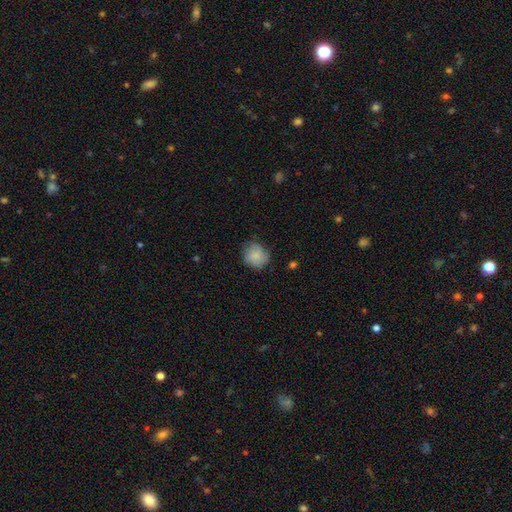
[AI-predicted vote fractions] Smooth or featured?
  - smooth: 82% *
  - featured or disk: 10%
  - star or artifact: 7%
How rounded?
  - round: 85% *
  - in between: 14%
  - cigar-shaped: 1%
Merging?
  - none: 72% *
  - minor disturbance: 22%
  - major disturbance: 5%
  - merger: 1%